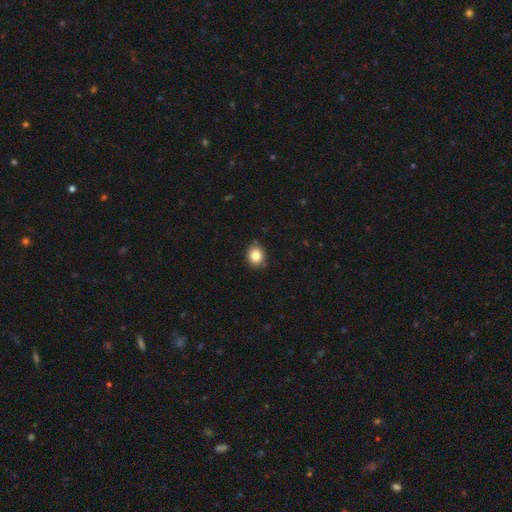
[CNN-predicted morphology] smooth 83%, star or artifact 10%, featured or disk 7%. Down the decision tree: how rounded — round (63%); merging — none (81%).